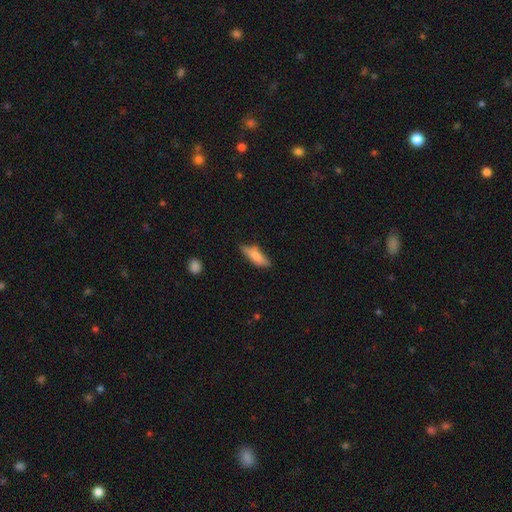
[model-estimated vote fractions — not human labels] Q: Smooth or featured?
A: smooth (68%); runner-up: featured or disk (26%)
Q: How rounded?
A: cigar-shaped (56%); runner-up: in between (42%)
Q: Merging?
A: none (72%); runner-up: minor disturbance (21%)